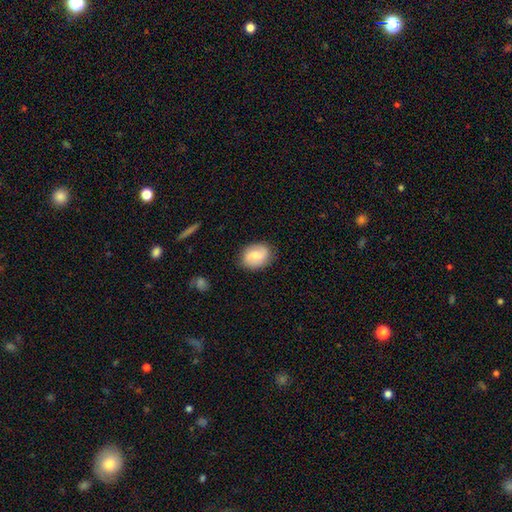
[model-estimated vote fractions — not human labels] Smooth or featured?
  - smooth: 55% *
  - featured or disk: 38%
  - star or artifact: 7%
How rounded?
  - in between: 59% *
  - round: 40%
  - cigar-shaped: 1%
Merging?
  - none: 84% *
  - minor disturbance: 12%
  - major disturbance: 3%
  - merger: 1%